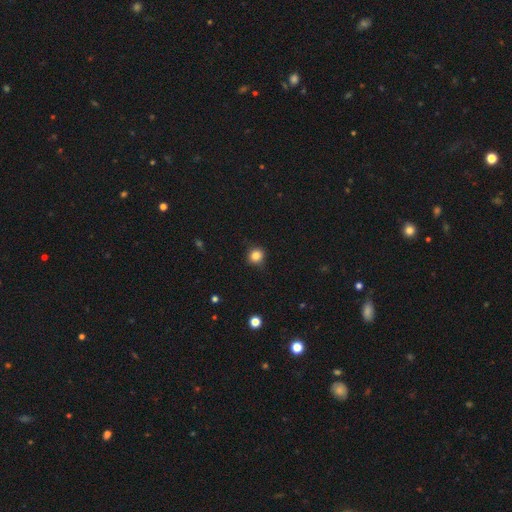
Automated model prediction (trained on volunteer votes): smooth 84%, star or artifact 12%, featured or disk 4%. Down the decision tree: how rounded — round (89%); merging — none (85%).